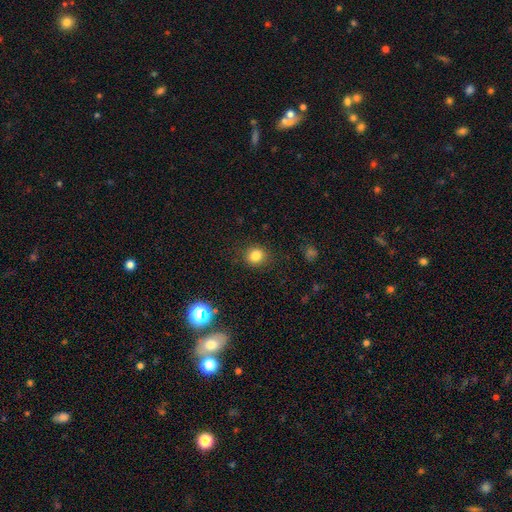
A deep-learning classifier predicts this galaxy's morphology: Smooth or featured: smooth — 81% (star or artifact — 13%)
How rounded: round — 80% (in between — 19%)
Merging: none — 87% (minor disturbance — 9%)